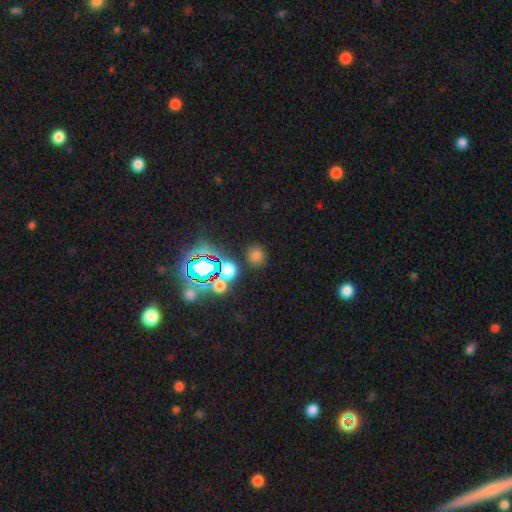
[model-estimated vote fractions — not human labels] Q: Smooth or featured?
A: smooth (67%); runner-up: star or artifact (26%)
Q: How rounded?
A: round (84%); runner-up: in between (15%)
Q: Merging?
A: none (81%); runner-up: minor disturbance (9%)